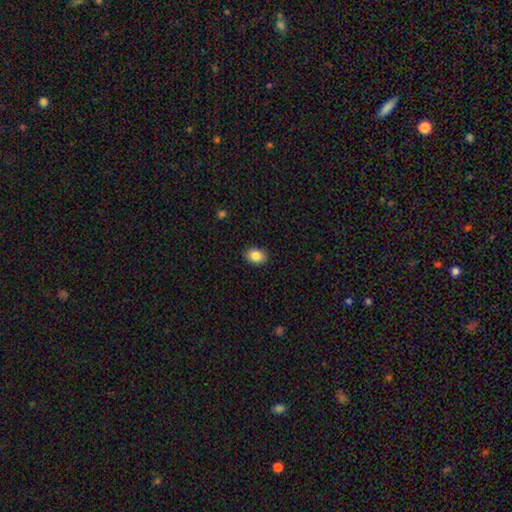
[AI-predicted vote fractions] smooth-or-featured: smooth: 85% | star or artifact: 9% | featured or disk: 7%
  how-rounded: in between: 68% | round: 31% | cigar-shaped: 1%
  merging: none: 90% | minor disturbance: 7% | major disturbance: 2% | merger: 1%